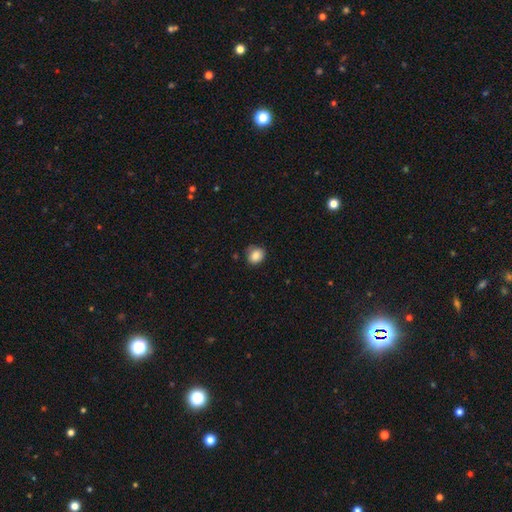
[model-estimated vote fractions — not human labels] A smooth galaxy with no disk features (84%) that is round (65%). Merging: none (75%).